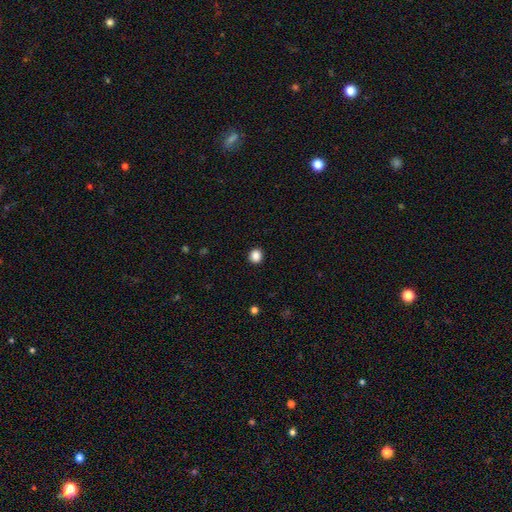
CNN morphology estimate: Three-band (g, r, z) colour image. It shows a smooth galaxy with no disk features (87%) that is round (89%). Merging: none (93%).